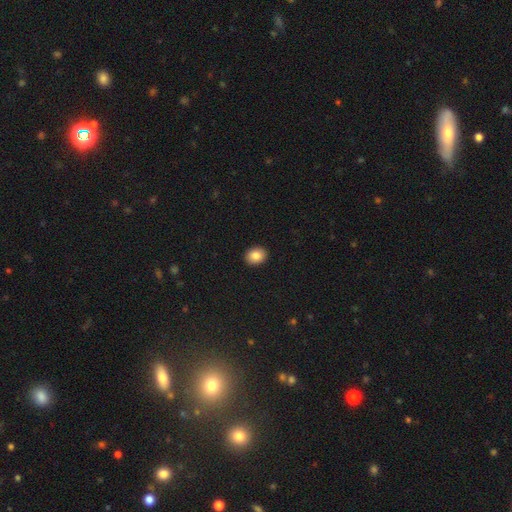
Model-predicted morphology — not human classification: A smooth galaxy with no disk features (86%) that is in between round and cigar-shaped (54%). Merging: none (92%).